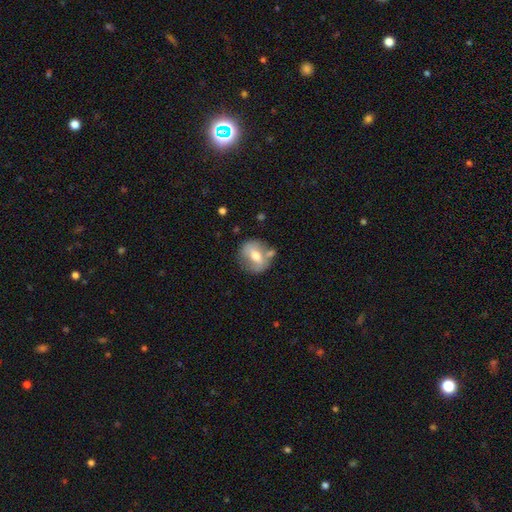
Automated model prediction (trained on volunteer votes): Overall: smooth (48%; featured or disk 45%). Merging: none (66%).